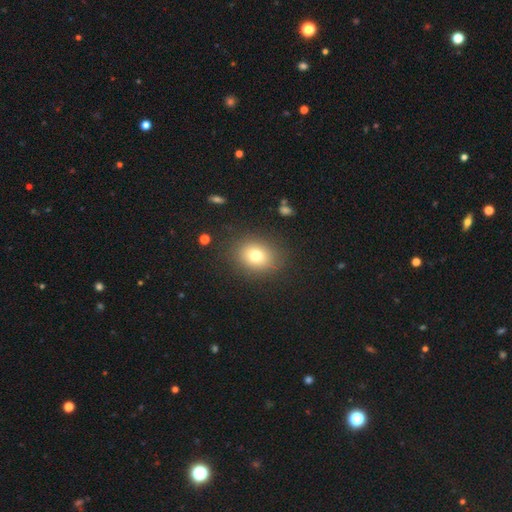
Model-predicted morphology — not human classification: A smooth galaxy with no disk features (75%) that is round (54%).

Vote fractions:
- Smooth or featured? smooth: 75% / star or artifact: 13% / featured or disk: 12%
- How rounded? round: 54% / in between: 45% / cigar-shaped: 1%
- Merging? none: 85% / minor disturbance: 9% / major disturbance: 4% / merger: 1%